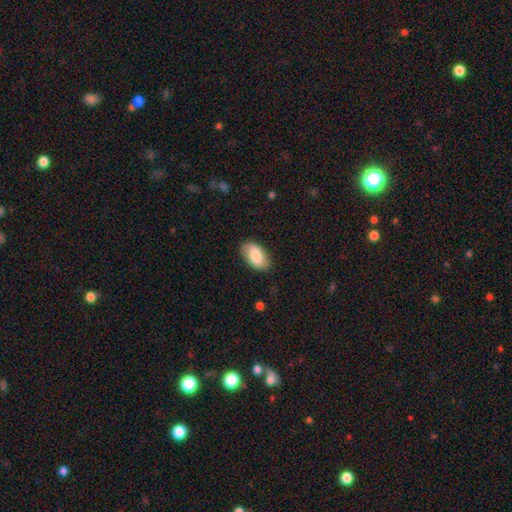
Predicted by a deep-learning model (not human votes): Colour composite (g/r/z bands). It shows a smooth galaxy with no disk features (76%) that is in between round and cigar-shaped (95%). Merging: none (83%).